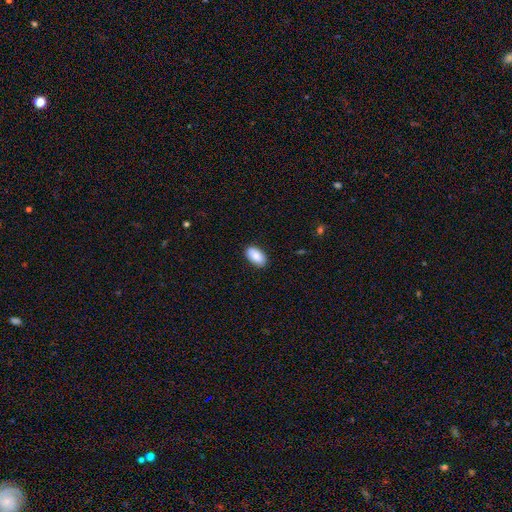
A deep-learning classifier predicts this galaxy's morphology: The model was most divided on "merging": none: 88%, minor disturbance: 9%, major disturbance: 2%, merger: 1%. More confident: how rounded — in between (94%); smooth or featured — smooth (88%).